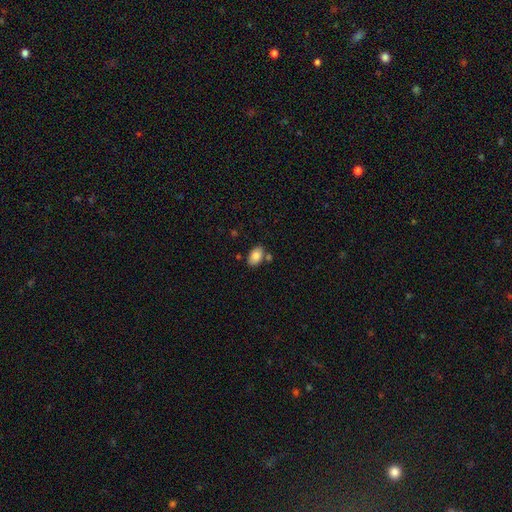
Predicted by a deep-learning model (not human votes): smooth_or_featured: smooth (p=0.83) [alt: featured or disk p=0.10]
how_rounded: in between (p=0.91) [alt: round p=0.08]
merging: none (p=0.72) [alt: minor disturbance p=0.13]